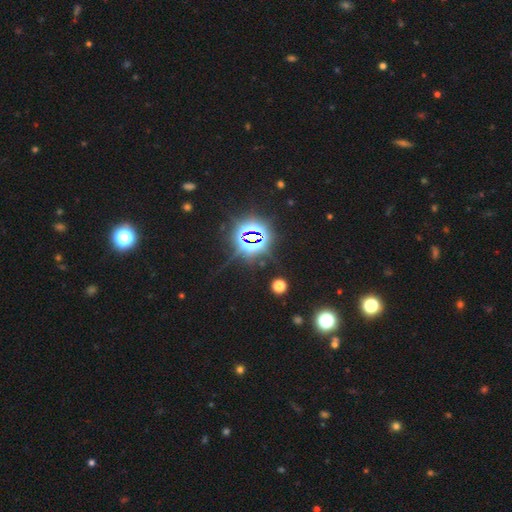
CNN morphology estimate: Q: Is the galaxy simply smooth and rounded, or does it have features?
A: star or artifact — 82%.